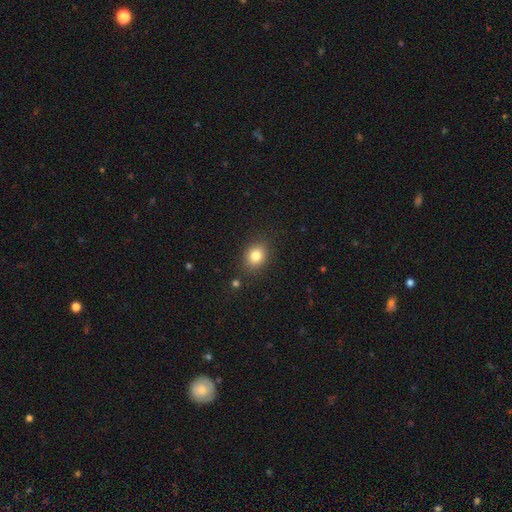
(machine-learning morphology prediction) Smooth or featured: smooth — 81% (star or artifact — 11%)
How rounded: round — 53% (in between — 46%)
Merging: none — 84% (minor disturbance — 11%)